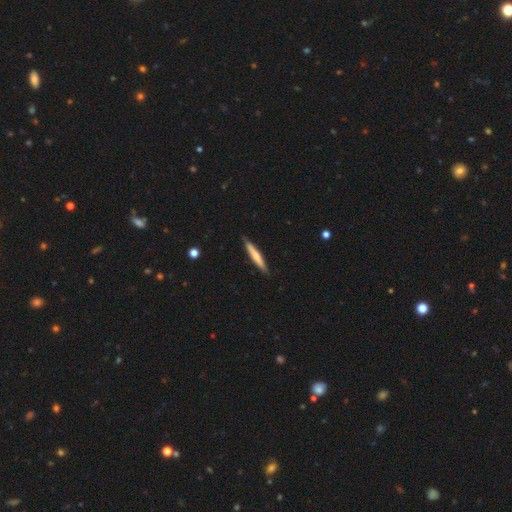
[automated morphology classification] smooth-or-featured: smooth: 58% | featured or disk: 36% | star or artifact: 5%
  how-rounded: cigar-shaped: 94% | in between: 5% | round: 1%
  merging: none: 88% | minor disturbance: 9% | major disturbance: 2% | merger: 1%